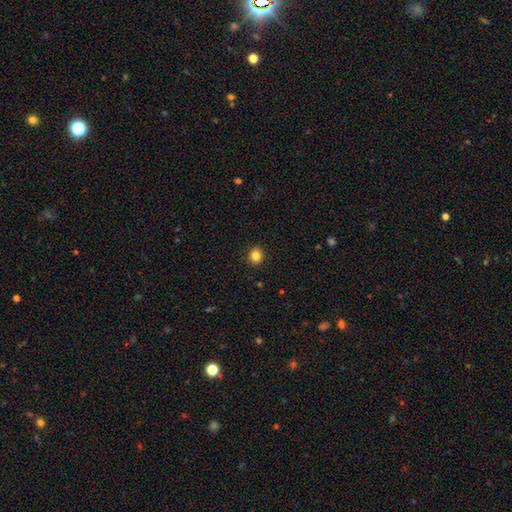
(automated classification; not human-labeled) This appears to be a smooth galaxy with no disk features (84%) that is round (77%). Merging: none (92%).